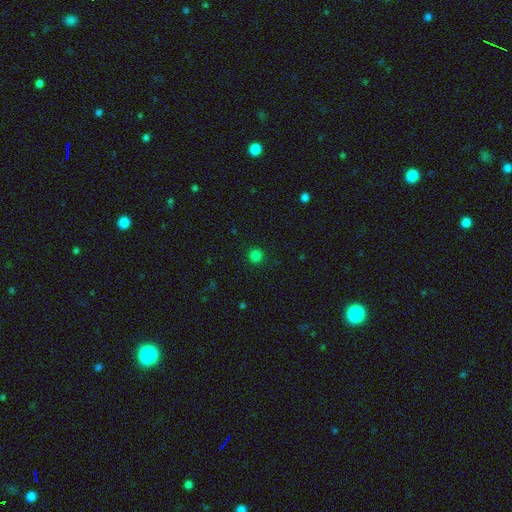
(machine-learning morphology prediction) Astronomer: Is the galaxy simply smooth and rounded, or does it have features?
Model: smooth — 81%.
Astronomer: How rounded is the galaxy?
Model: round — 94%.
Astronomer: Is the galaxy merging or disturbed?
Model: none — 92%.